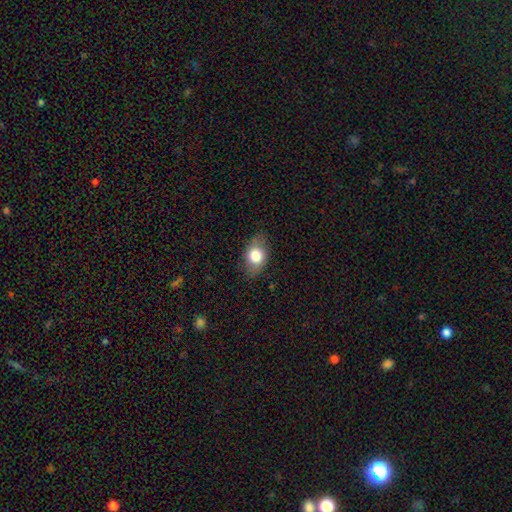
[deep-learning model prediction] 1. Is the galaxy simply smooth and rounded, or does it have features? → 74% smooth, 18% featured or disk, 8% star or artifact.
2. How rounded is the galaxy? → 80% in between, 18% round, 2% cigar-shaped.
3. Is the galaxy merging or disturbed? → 80% none, 15% minor disturbance, 4% major disturbance, 1% merger.